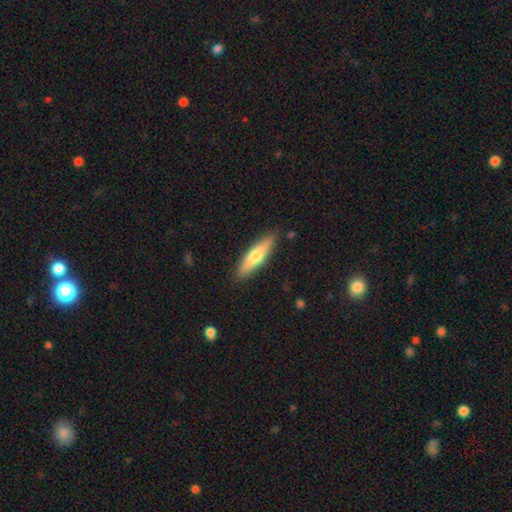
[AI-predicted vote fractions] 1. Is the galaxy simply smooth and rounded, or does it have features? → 64% smooth, 31% featured or disk, 5% star or artifact.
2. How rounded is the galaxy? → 72% cigar-shaped, 26% in between, 2% round.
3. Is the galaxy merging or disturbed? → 88% none, 9% minor disturbance, 2% major disturbance, 1% merger.